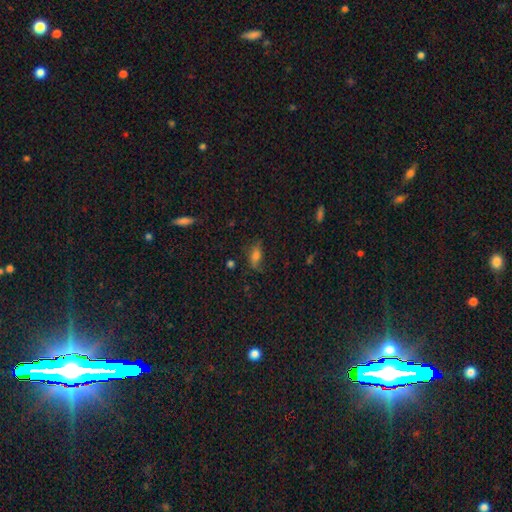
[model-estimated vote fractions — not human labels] Smooth or featured? smooth (66%)
How rounded? in between (75%)
Merging? none (61%)